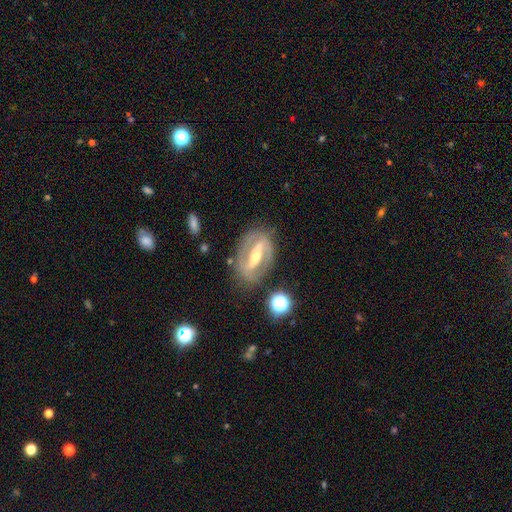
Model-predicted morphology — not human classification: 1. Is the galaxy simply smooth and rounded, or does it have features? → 84% featured or disk, 10% smooth, 6% star or artifact.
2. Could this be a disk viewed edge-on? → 92% no, 8% yes.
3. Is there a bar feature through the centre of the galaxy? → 71% strong, 19% weak, 10% no.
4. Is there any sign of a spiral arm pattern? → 80% yes, 20% no.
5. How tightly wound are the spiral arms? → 44% medium, 37% tight, 19% loose.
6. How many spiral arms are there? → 85% 2, 8% can't tell, 4% 1, 1% 3, 1% 4, 1% more than 4.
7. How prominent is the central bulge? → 58% moderate, 37% small, 3% large, 1% none, 1% dominant.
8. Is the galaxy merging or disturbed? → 79% none, 13% minor disturbance, 5% major disturbance, 2% merger.